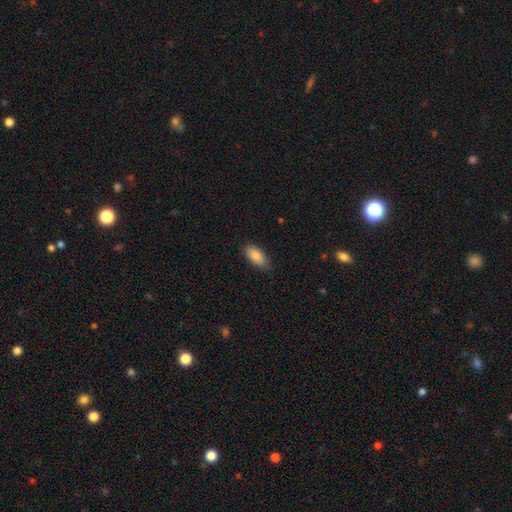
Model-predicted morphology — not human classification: Smooth or featured: smooth — 87% (featured or disk — 7%)
How rounded: in between — 90% (cigar-shaped — 7%)
Merging: none — 81% (minor disturbance — 15%)